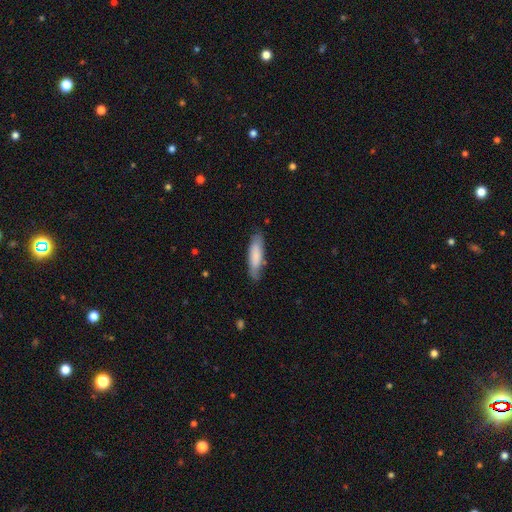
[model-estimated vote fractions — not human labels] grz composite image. It shows a smooth galaxy with no disk features (79%) that is cigar-shaped (67%). Merging: none (78%).